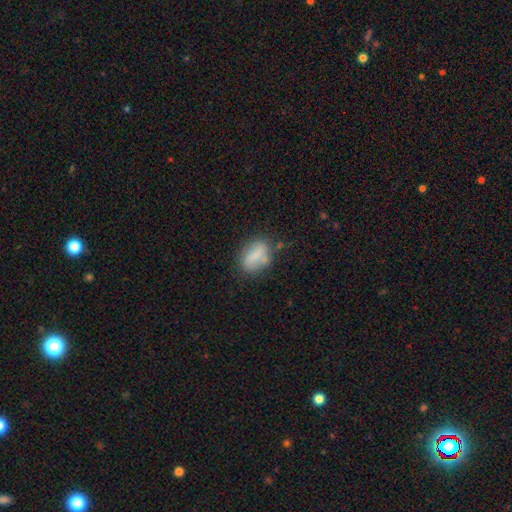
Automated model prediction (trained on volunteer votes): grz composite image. It shows a smooth galaxy with no disk features (73%) that is in between round and cigar-shaped (80%). Merging: none (62%).